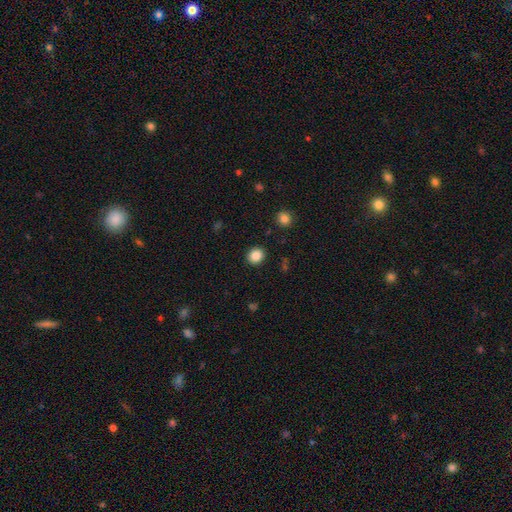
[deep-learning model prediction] Smooth or featured? Predicted: smooth (p=0.86). How rounded? Predicted: round (p=0.80). Merging? Predicted: none (p=0.90).